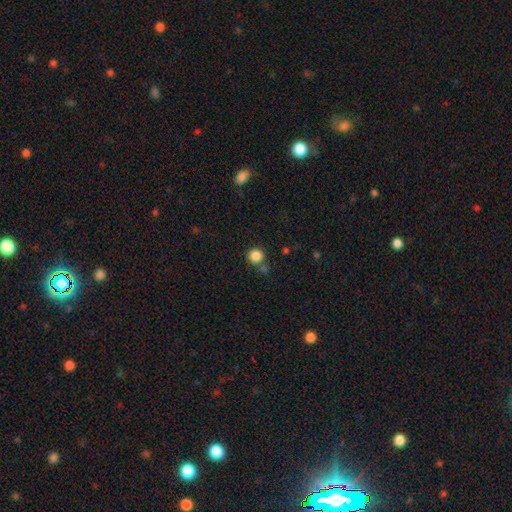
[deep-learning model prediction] This appears to be a smooth galaxy with no disk features (85%) that is round (91%). Merging: none (74%).